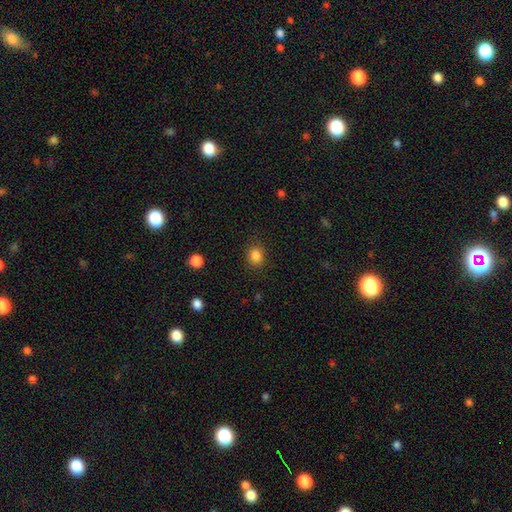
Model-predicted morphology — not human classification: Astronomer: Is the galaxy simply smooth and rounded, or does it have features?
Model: smooth — 85%.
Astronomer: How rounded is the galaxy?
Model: round — 68%.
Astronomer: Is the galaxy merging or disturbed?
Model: none — 86%.